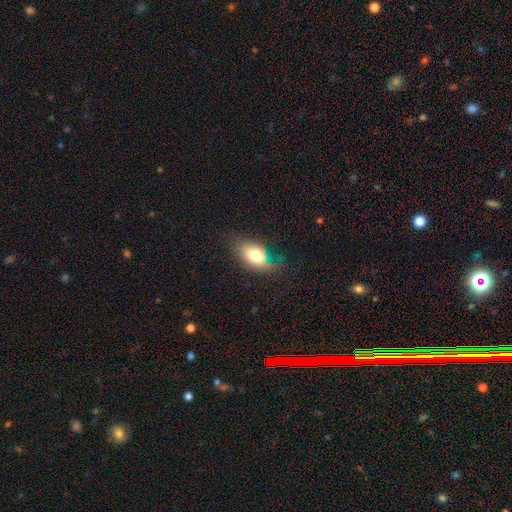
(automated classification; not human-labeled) The model was most divided on "merging": none: 55%, minor disturbance: 30%, major disturbance: 13%, merger: 2%. More confident: how rounded — in between (86%); smooth or featured — smooth (71%).